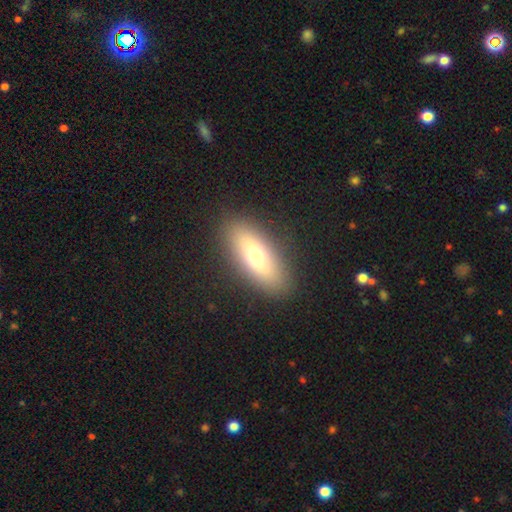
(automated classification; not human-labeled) The model was most divided on "smooth or featured": smooth: 61%, featured or disk: 30%, star or artifact: 8%. More confident: merging — none (89%); how rounded — in between (65%).